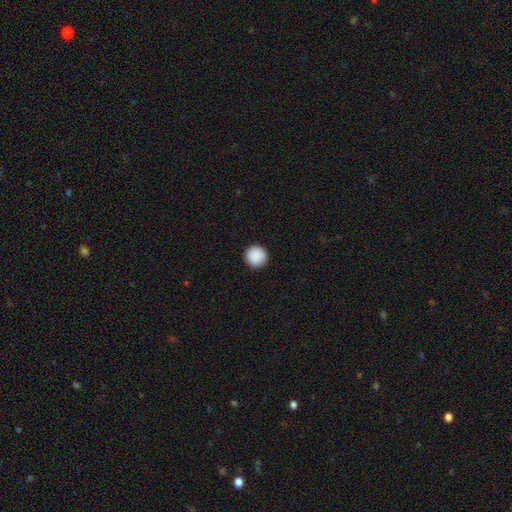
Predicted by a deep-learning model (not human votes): Morphology: type=smooth (90%); roundness=round (96%); merging=none (93%).